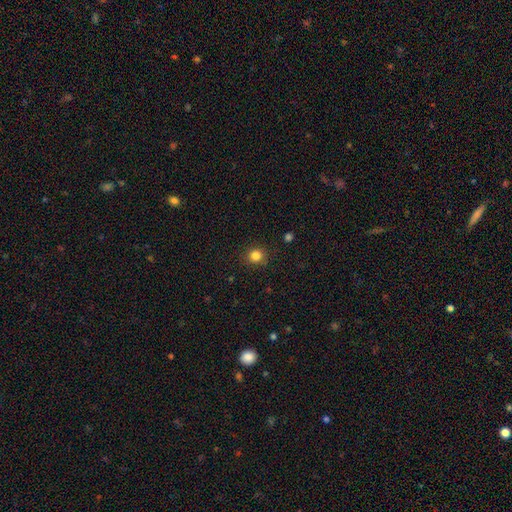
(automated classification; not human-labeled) The model was most divided on "smooth or featured": smooth: 84%, star or artifact: 12%, featured or disk: 4%. More confident: how rounded — round (91%); merging — none (89%).